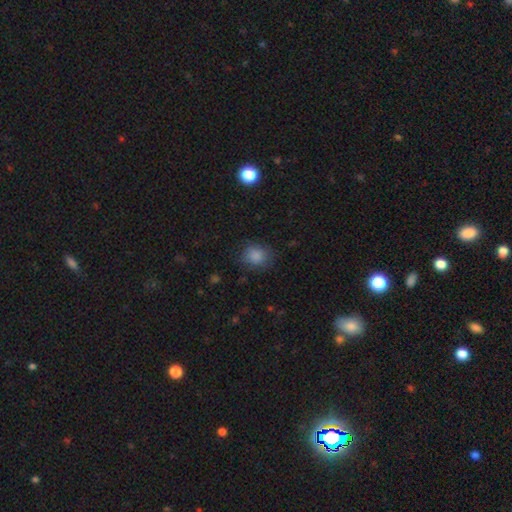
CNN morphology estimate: Smooth or featured?
  - smooth: 85% *
  - star or artifact: 10%
  - featured or disk: 5%
How rounded?
  - round: 71% *
  - in between: 28%
  - cigar-shaped: 1%
Merging?
  - none: 76% *
  - minor disturbance: 17%
  - major disturbance: 6%
  - merger: 1%